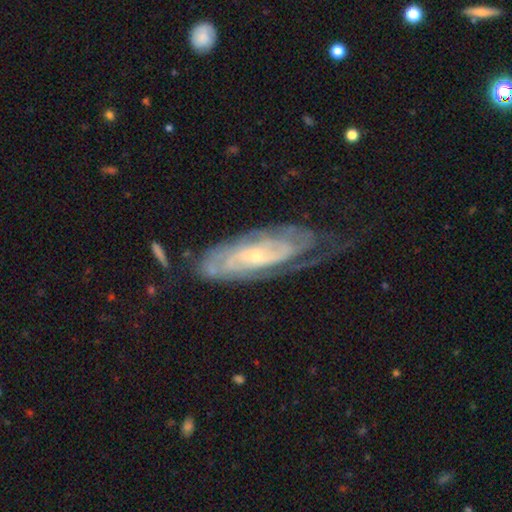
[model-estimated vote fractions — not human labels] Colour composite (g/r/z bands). It shows a featured or disk galaxy (82%) with no bar (62%), tight (66%) spiral arms (94%) and a small central bulge (73%). Merging: none (54%).